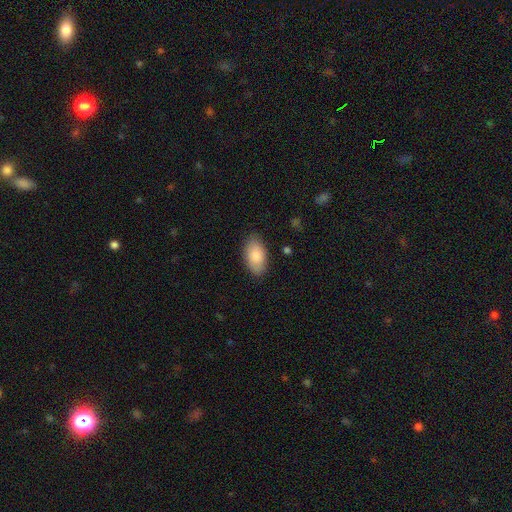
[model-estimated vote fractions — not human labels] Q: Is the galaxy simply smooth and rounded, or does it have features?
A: smooth — 86%.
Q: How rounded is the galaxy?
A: in between — 94%.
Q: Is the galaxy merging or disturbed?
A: none — 84%.